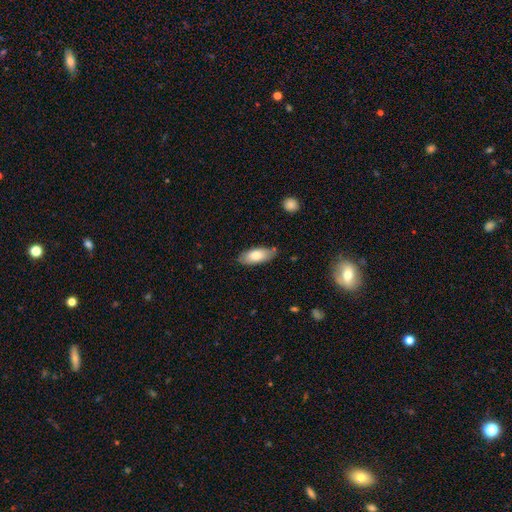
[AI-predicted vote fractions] A smooth galaxy with no disk features (78%) that is in between round and cigar-shaped (82%). Merging: none (80%).